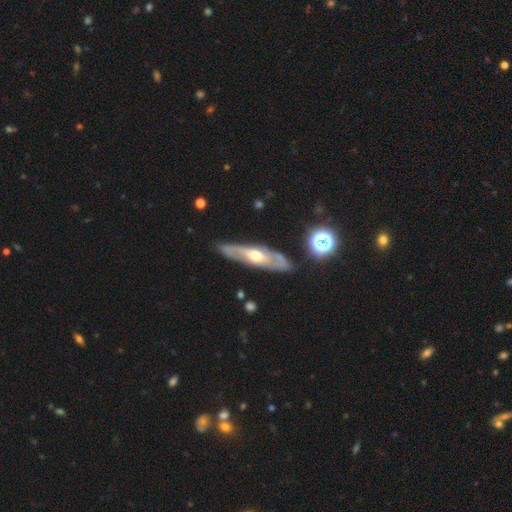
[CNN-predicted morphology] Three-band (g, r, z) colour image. It shows a featured or disk galaxy (72%). Merging: none (81%).